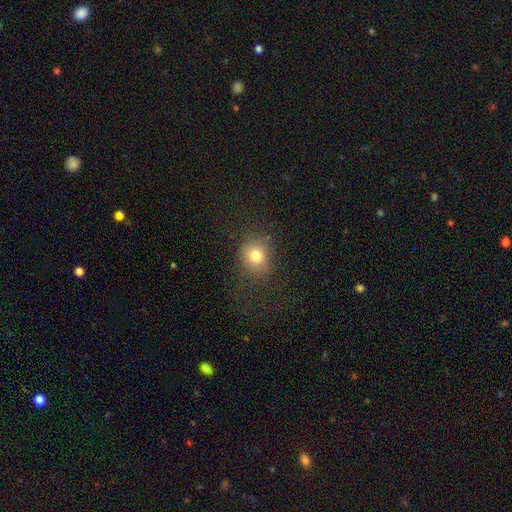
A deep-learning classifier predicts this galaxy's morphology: smooth-or-featured: smooth: 78% | star or artifact: 13% | featured or disk: 9%
  how-rounded: round: 74% | in between: 25% | cigar-shaped: 1%
  merging: none: 77% | minor disturbance: 14% | major disturbance: 7% | merger: 1%